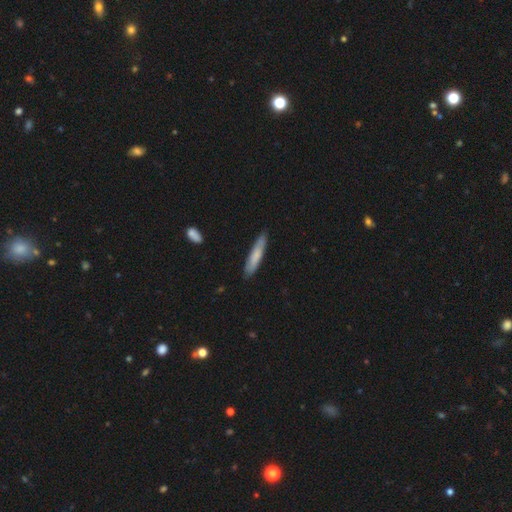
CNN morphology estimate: This appears to be a smooth galaxy with no disk features (73%) that is cigar-shaped (87%). Merging: none (84%).